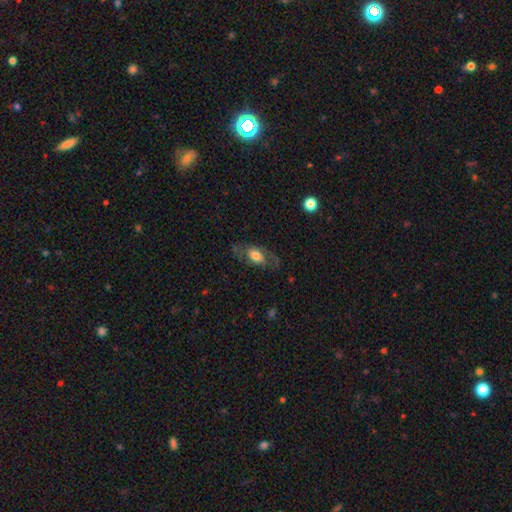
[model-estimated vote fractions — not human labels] A smooth galaxy with no disk features (48%).

Vote fractions:
- Smooth or featured? smooth: 48% / featured or disk: 45% / star or artifact: 7%
- Merging? none: 63% / minor disturbance: 20% / major disturbance: 16% / merger: 2%